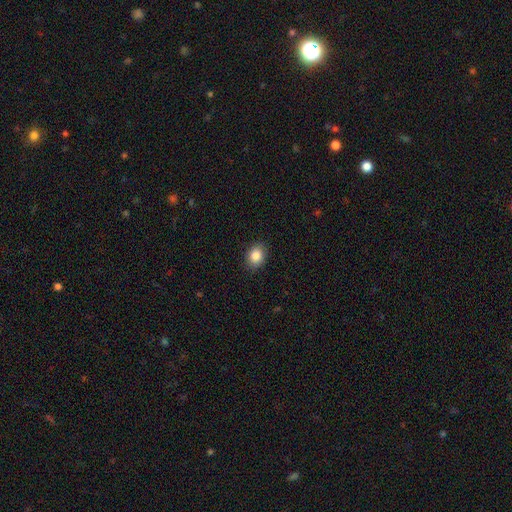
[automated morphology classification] The model was most divided on "how rounded": in between: 62%, round: 37%, cigar-shaped: 1%. More confident: merging — none (87%); smooth or featured — smooth (85%).